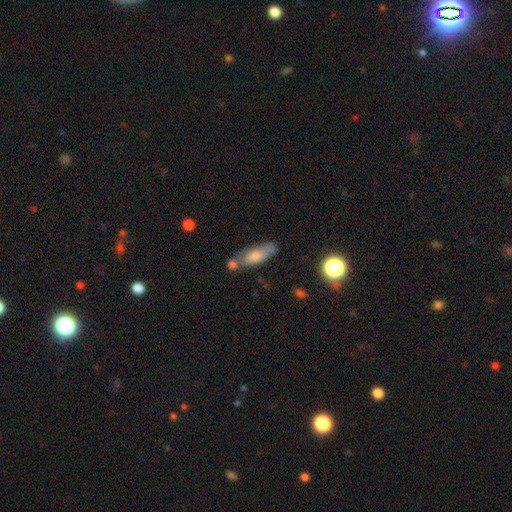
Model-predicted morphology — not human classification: Smooth or featured?
  - smooth: 70% *
  - featured or disk: 22%
  - star or artifact: 8%
How rounded?
  - in between: 67% *
  - cigar-shaped: 30%
  - round: 3%
Merging?
  - none: 49% *
  - merger: 23%
  - minor disturbance: 21%
  - major disturbance: 7%